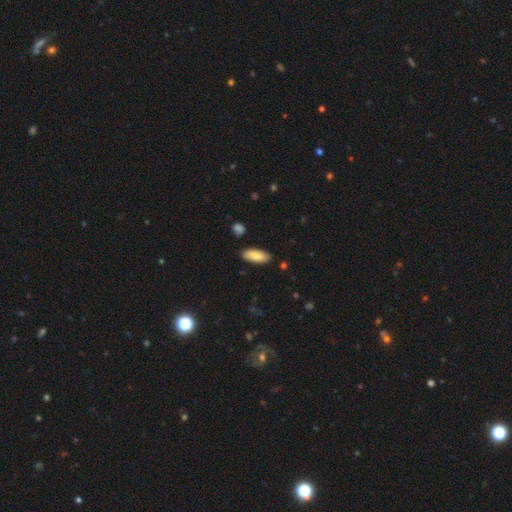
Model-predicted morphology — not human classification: smooth_or_featured: smooth (p=0.83) [alt: featured or disk p=0.11]
how_rounded: in between (p=0.79) [alt: cigar-shaped p=0.19]
merging: none (p=0.86) [alt: minor disturbance p=0.10]